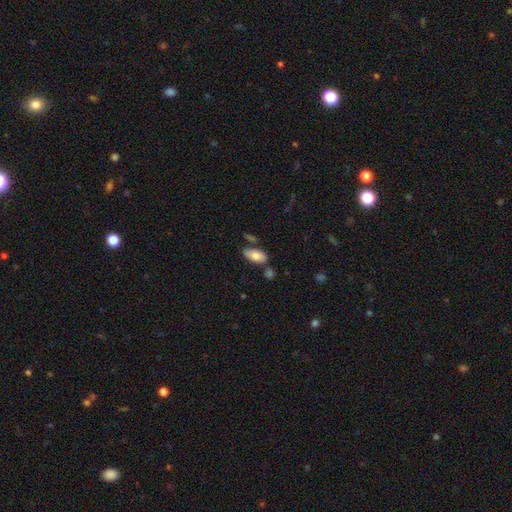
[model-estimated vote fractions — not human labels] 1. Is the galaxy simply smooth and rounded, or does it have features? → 80% smooth, 14% featured or disk, 7% star or artifact.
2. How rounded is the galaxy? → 90% in between, 7% cigar-shaped, 2% round.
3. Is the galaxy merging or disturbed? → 69% none, 16% minor disturbance, 11% merger, 4% major disturbance.